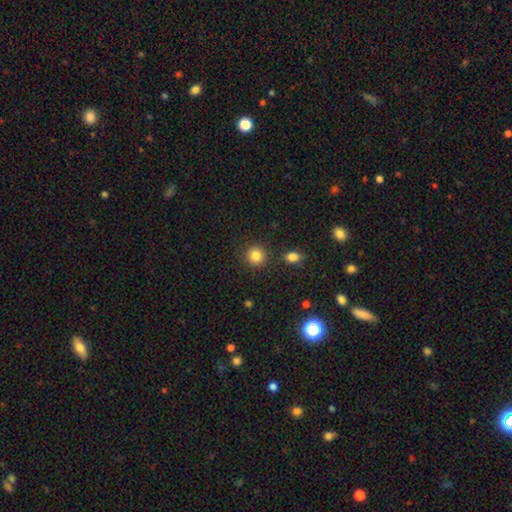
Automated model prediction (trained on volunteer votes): smooth 85%, star or artifact 11%, featured or disk 4%. Down the decision tree: how rounded — round (91%); merging — none (87%).